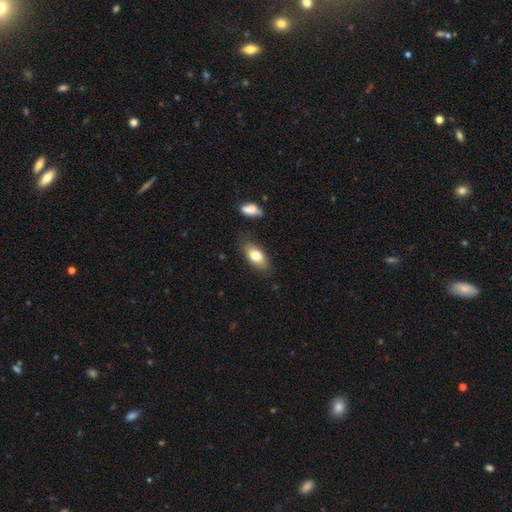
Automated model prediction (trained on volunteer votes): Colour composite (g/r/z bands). It shows a smooth galaxy with no disk features (76%) that is in between round and cigar-shaped (89%). Merging: none (77%).